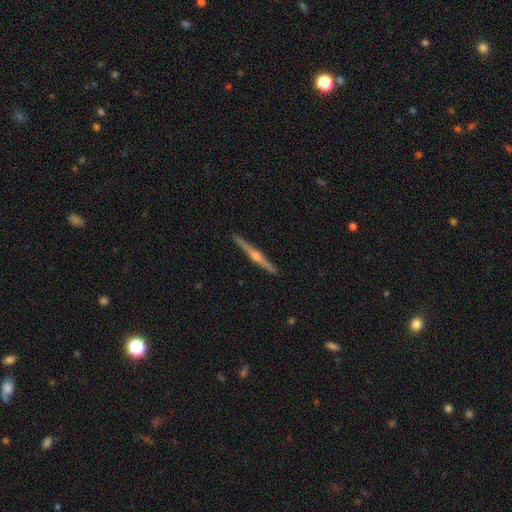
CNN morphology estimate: Smooth or featured? Predicted: featured or disk (p=0.80). Edge-on disk? Predicted: yes (p=0.99). Edge-on bulge? Predicted: rounded (p=0.88). Merging? Predicted: none (p=0.93).